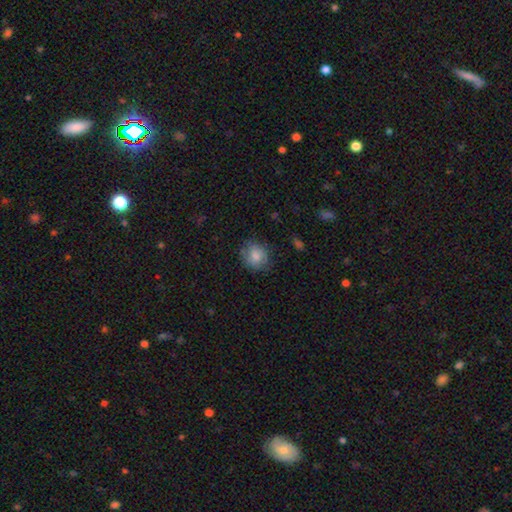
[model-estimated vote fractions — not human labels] Morphology: type=smooth (78%); roundness=round (72%); merging=none (74%).